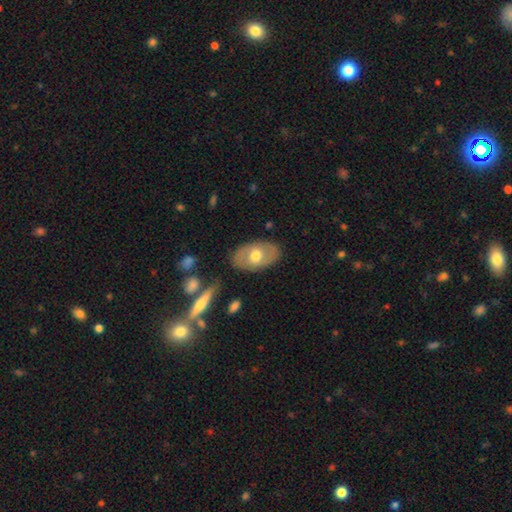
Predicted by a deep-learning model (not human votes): The model was most divided on "smooth or featured": smooth: 54%, featured or disk: 40%, star or artifact: 6%. More confident: how rounded — in between (87%); merging — none (82%).